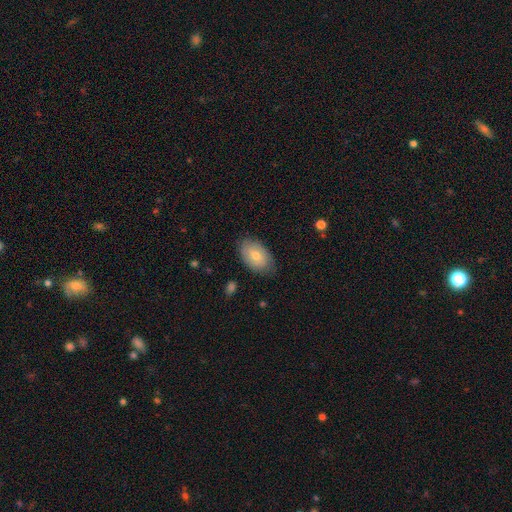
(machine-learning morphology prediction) A smooth galaxy with no disk features (69%) that is in between round and cigar-shaped (90%). Merging: none (80%).